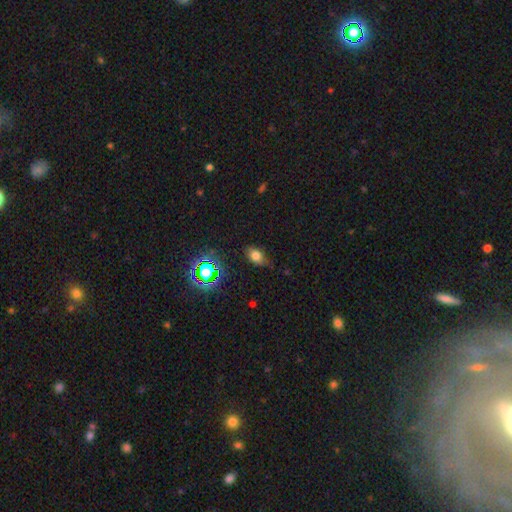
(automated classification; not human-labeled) A smooth galaxy with no disk features (73%) that is in between round and cigar-shaped (82%).

Vote fractions:
- Smooth or featured? smooth: 73% / star or artifact: 18% / featured or disk: 9%
- How rounded? in between: 82% / round: 16% / cigar-shaped: 2%
- Merging? none: 72% / minor disturbance: 21% / major disturbance: 5% / merger: 2%